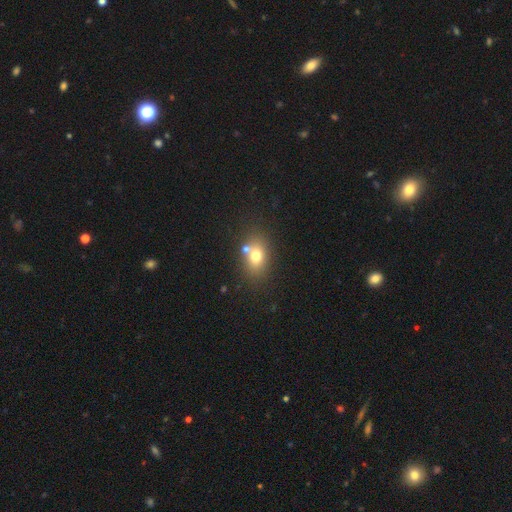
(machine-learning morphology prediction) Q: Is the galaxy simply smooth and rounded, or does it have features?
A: smooth — 71%.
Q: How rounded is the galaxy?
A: in between — 66%.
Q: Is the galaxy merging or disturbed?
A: none — 63%.